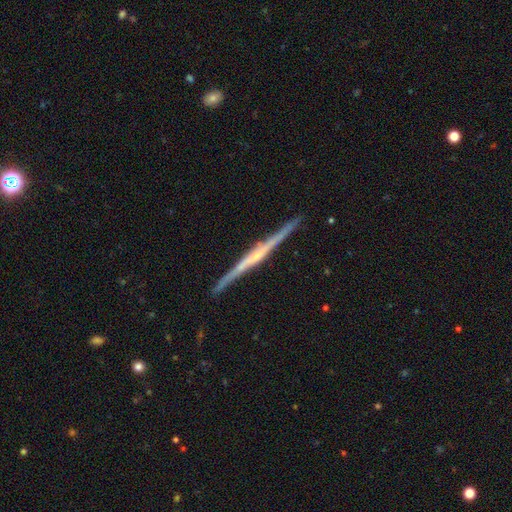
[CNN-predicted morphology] featured or disk 81%, smooth 14%, star or artifact 5%. Down the decision tree: edge-on disk — yes (98%); edge-on bulge — rounded (50%); merging — none (90%).